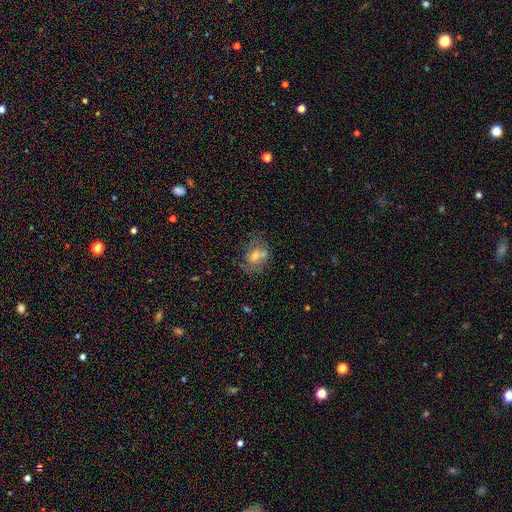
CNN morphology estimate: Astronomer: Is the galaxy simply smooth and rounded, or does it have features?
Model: featured or disk — 43% (runner-up: smooth, 40%).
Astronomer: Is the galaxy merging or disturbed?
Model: none — 51%.